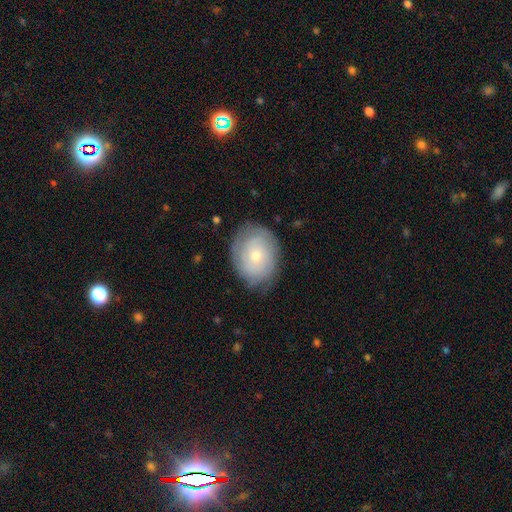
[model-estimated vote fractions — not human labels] A smooth galaxy with no disk features (47%). Merging: none (76%).